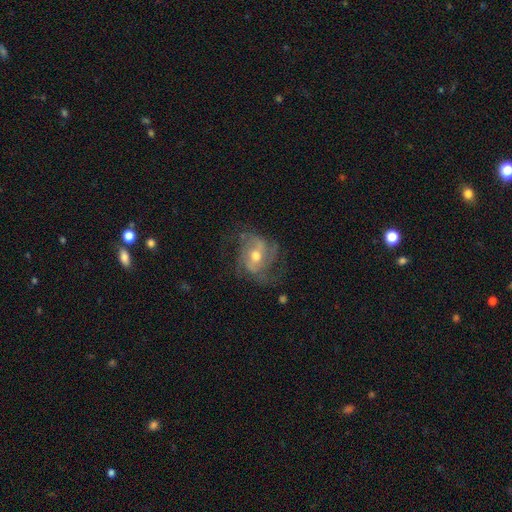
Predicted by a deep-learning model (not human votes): smooth-or-featured: featured or disk: 81% | smooth: 11% | star or artifact: 8%
  disk-edge-on: no: 97% | yes: 3%
    bar: no: 49% | weak: 37% | strong: 14%
    has-spiral-arms: yes: 91% | no: 9%
      spiral-winding: medium: 46% | loose: 27% | tight: 27%
      spiral-arm-count: 3: 36% | 2: 25% | can't tell: 20% | 4: 10% | 1: 5% | more than 4: 4%
    bulge-size: moderate: 72% | small: 21% | large: 5% | none: 1% | dominant: 1%
  merging: none: 58% | minor disturbance: 21% | major disturbance: 19% | merger: 1%